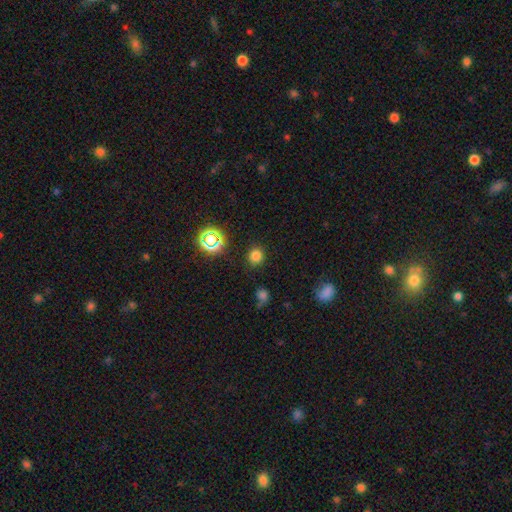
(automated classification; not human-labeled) smooth 76%, star or artifact 19%, featured or disk 5%. Down the decision tree: how rounded — round (89%); merging — none (87%).